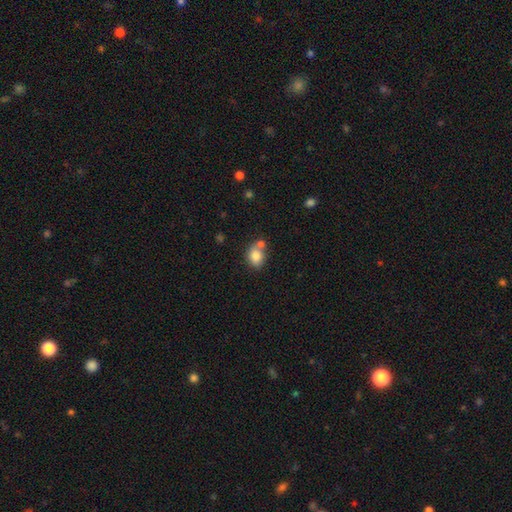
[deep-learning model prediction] A smooth galaxy with no disk features (82%) that is in between round and cigar-shaped (54%). Merging: none (50%).